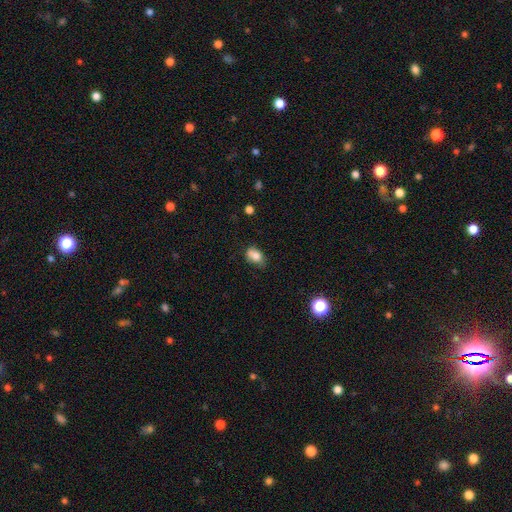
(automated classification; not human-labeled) smooth 79%, featured or disk 11%, star or artifact 10%. Down the decision tree: how rounded — in between (80%); merging — none (49%).